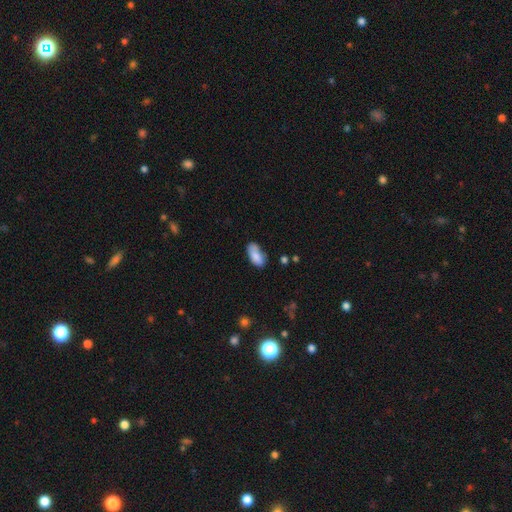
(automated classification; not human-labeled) A smooth galaxy with no disk features (83%) that is in between round and cigar-shaped (91%). Merging: none (54%).